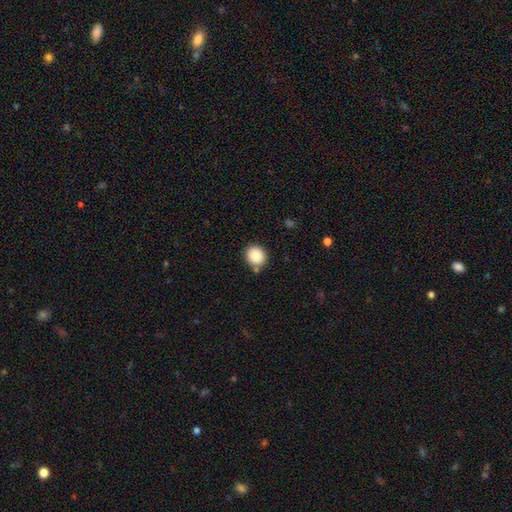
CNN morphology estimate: Overall: smooth (88%). How rounded: round (80%). Merging: none (82%).